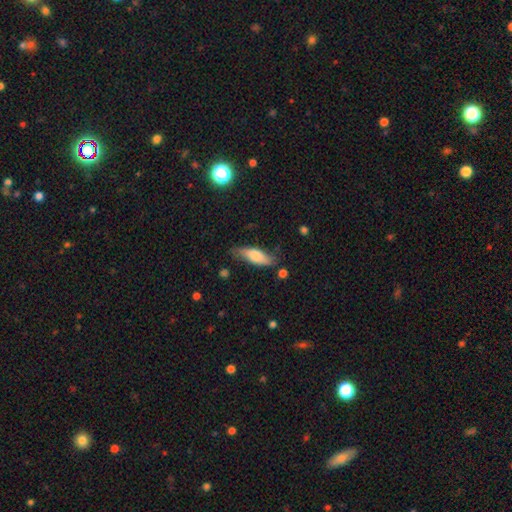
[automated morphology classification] This is likely a smooth galaxy (72%). How rounded: possibly in between (60%). Merging: likely none (66%).